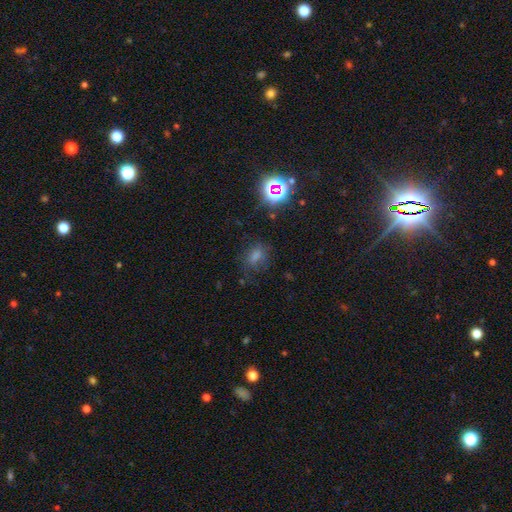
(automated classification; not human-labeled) Q: Smooth or featured?
A: smooth (51%); runner-up: star or artifact (36%)
Q: How rounded?
A: in between (53%); runner-up: round (44%)
Q: Merging?
A: none (72%); runner-up: minor disturbance (18%)